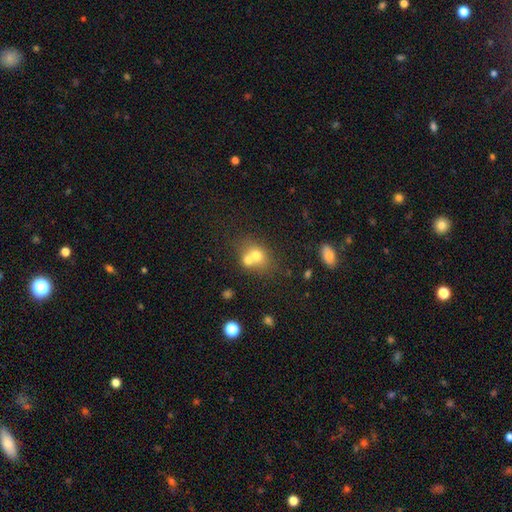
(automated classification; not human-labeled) smooth_or_featured: smooth (p=0.67) [alt: featured or disk p=0.20]
how_rounded: round (p=0.63) [alt: in between p=0.36]
merging: merger (p=0.56) [alt: none p=0.33]